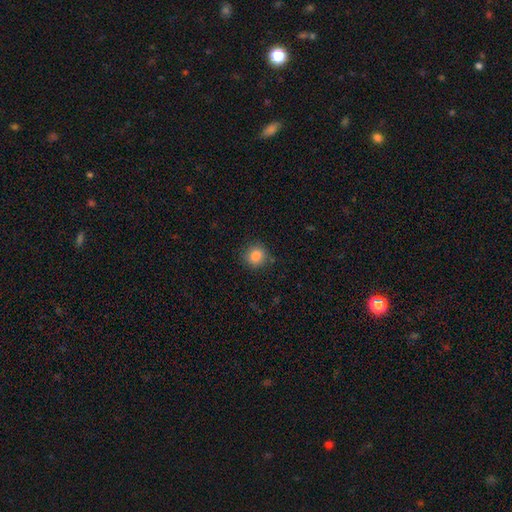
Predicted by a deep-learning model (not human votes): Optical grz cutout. It shows a smooth galaxy with no disk features (85%) that is round (88%). Merging: none (86%).